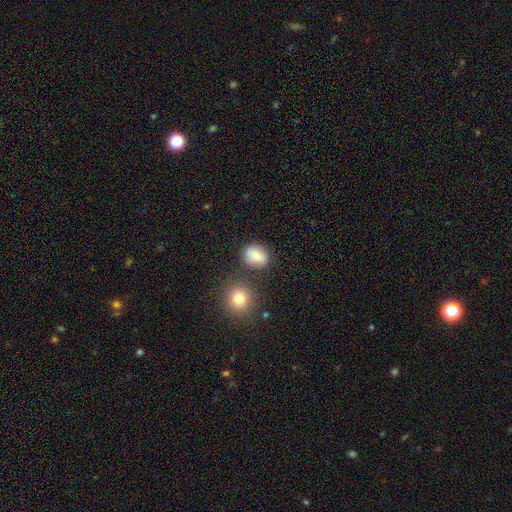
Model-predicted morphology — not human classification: Smooth or featured?
  - smooth: 84% *
  - star or artifact: 9%
  - featured or disk: 7%
How rounded?
  - in between: 52% *
  - round: 47%
  - cigar-shaped: 1%
Merging?
  - none: 74% *
  - minor disturbance: 14%
  - merger: 8%
  - major disturbance: 4%